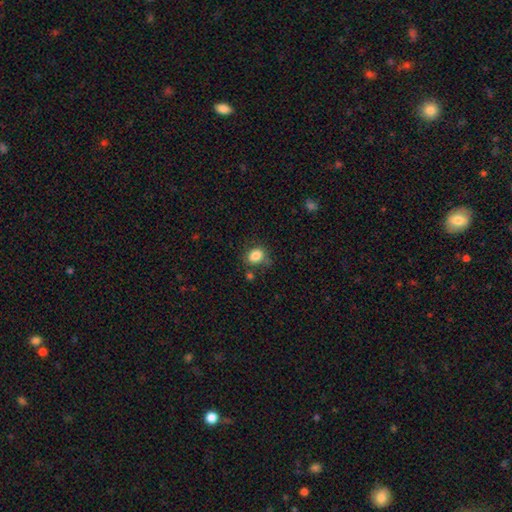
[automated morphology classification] Smooth or featured: smooth — 85% (star or artifact — 10%)
How rounded: in between — 57% (round — 42%)
Merging: none — 71% (minor disturbance — 18%)